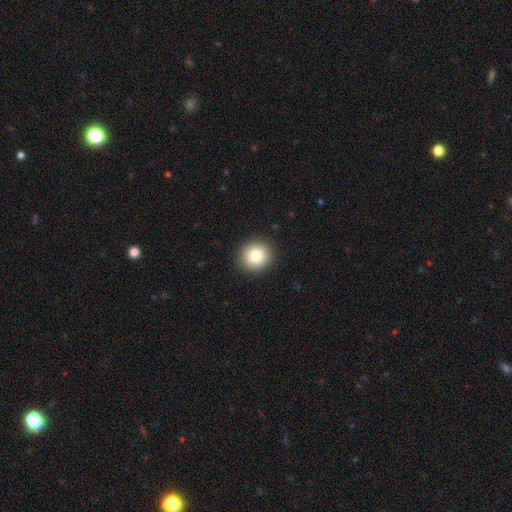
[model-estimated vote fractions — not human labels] smooth_or_featured: smooth (p=0.84) [alt: star or artifact p=0.09]
how_rounded: round (p=0.88) [alt: in between p=0.11]
merging: none (p=0.91) [alt: minor disturbance p=0.06]